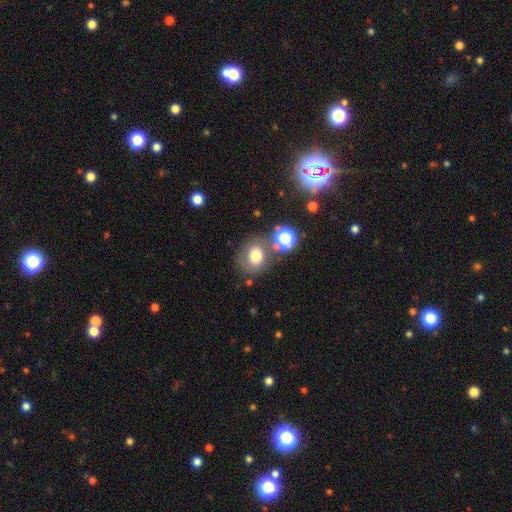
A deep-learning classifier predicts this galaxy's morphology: Smooth or featured?
  - smooth: 70% *
  - featured or disk: 15%
  - star or artifact: 15%
How rounded?
  - round: 70% *
  - in between: 29%
  - cigar-shaped: 1%
Merging?
  - none: 65% *
  - minor disturbance: 14%
  - merger: 13%
  - major disturbance: 7%